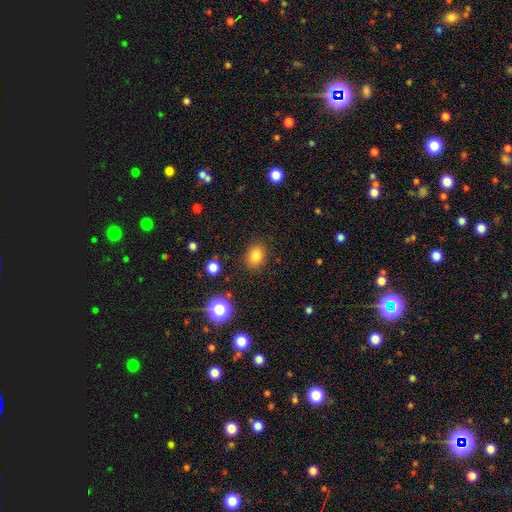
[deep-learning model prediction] The model was most divided on "how rounded": in between: 64%, round: 35%, cigar-shaped: 1%. More confident: merging — none (86%); smooth or featured — smooth (82%).